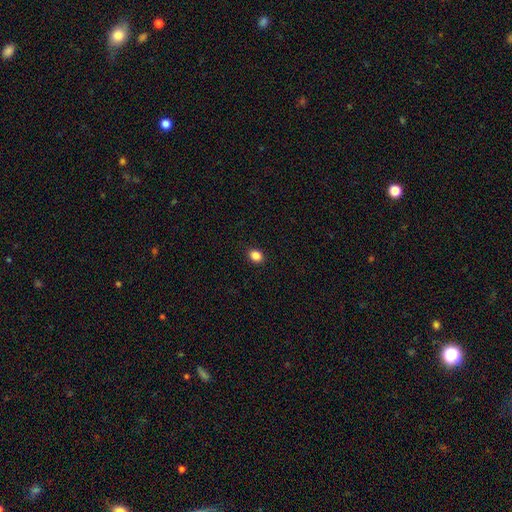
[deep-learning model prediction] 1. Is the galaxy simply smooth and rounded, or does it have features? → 86% smooth, 11% star or artifact, 4% featured or disk.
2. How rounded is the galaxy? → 52% round, 47% in between, 1% cigar-shaped.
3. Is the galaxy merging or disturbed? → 91% none, 6% minor disturbance, 2% major disturbance, 1% merger.